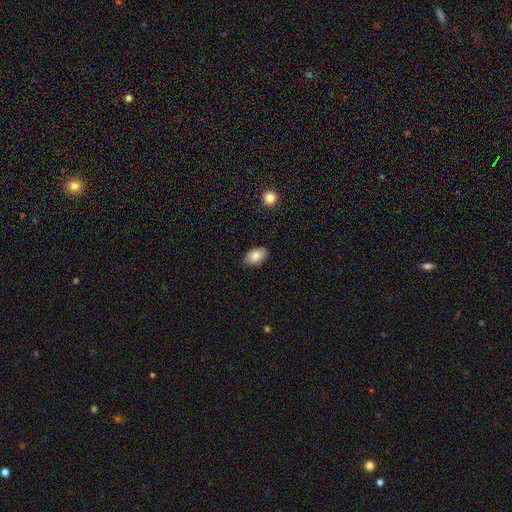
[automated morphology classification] Smooth or featured? Predicted: smooth (p=0.84). How rounded? Predicted: in between (p=0.91). Merging? Predicted: none (p=0.84).